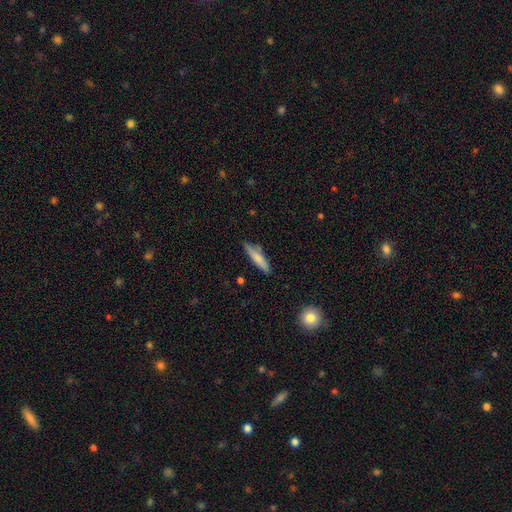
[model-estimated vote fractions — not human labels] Q: Smooth or featured?
A: smooth (68%); runner-up: featured or disk (25%)
Q: How rounded?
A: cigar-shaped (86%); runner-up: in between (12%)
Q: Merging?
A: none (83%); runner-up: minor disturbance (13%)